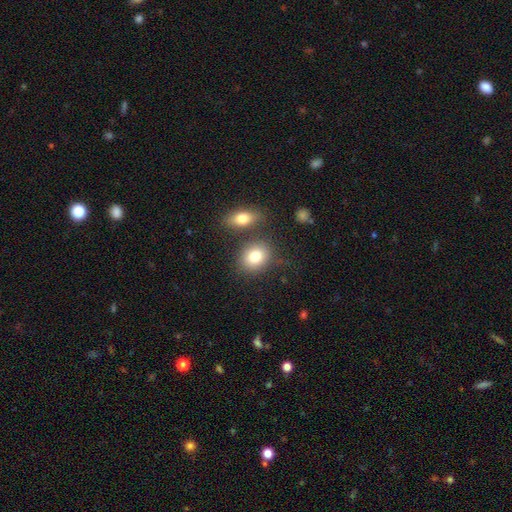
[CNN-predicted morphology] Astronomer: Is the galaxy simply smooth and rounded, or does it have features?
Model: smooth — 81%.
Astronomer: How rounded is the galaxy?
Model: in between — 51% (runner-up: round, 48%).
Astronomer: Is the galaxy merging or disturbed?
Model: none — 68%.